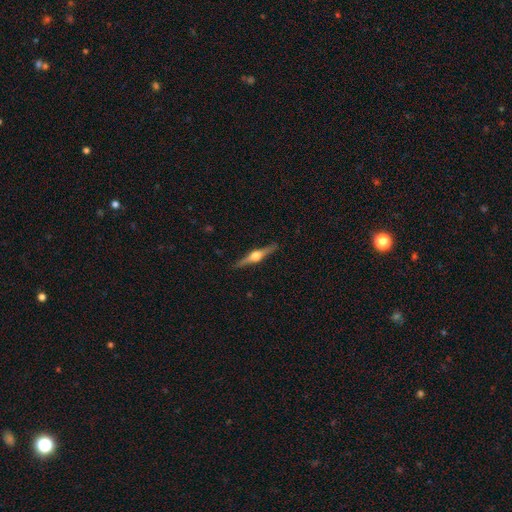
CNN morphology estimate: A featured or disk galaxy (79%) viewed edge-on (98%) with a rounded central bulge (95%). Merging: none (91%).